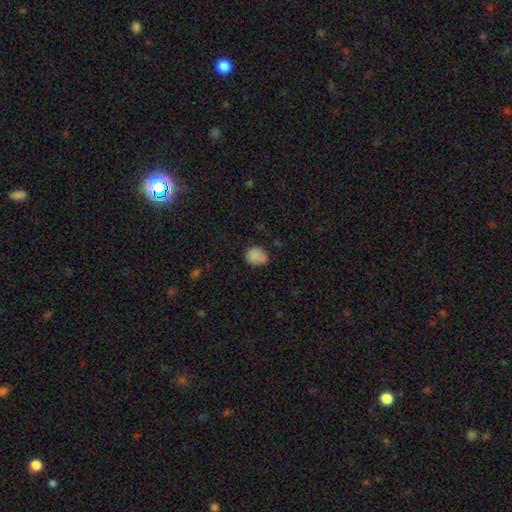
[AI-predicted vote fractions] This appears to be a smooth galaxy with no disk features (84%) that is round (74%). Merging: none (71%).